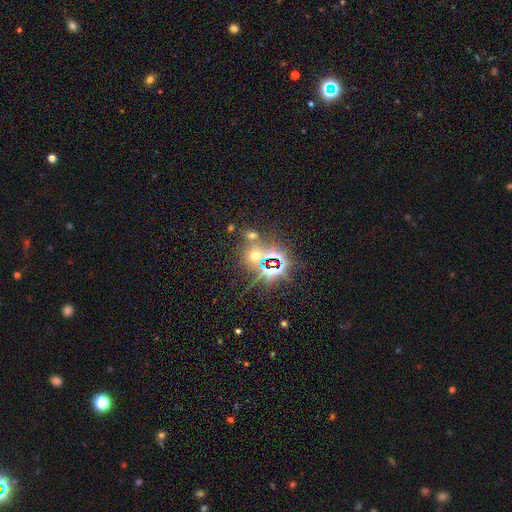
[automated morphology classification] smooth-or-featured: star or artifact: 55% | smooth: 35% | featured or disk: 10%